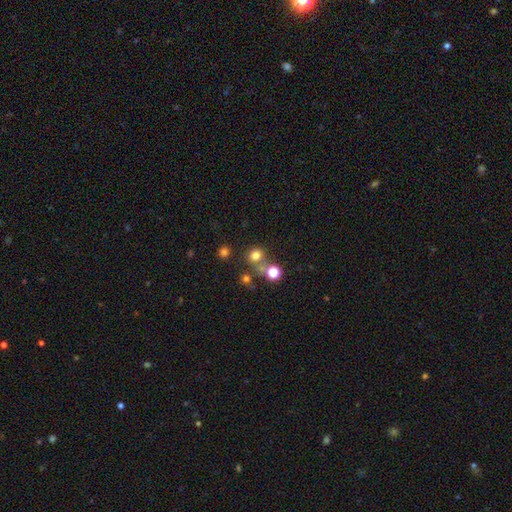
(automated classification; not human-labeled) Morphology: type=smooth (72%); roundness=round (87%); merging=none (64%).